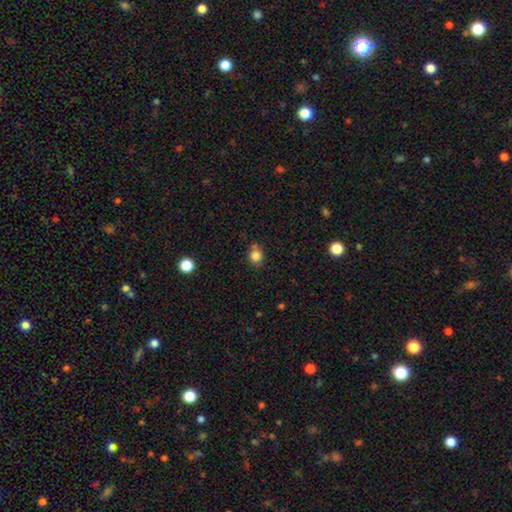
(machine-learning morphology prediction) Smooth or featured? smooth (82%)
How rounded? round (81%)
Merging? none (66%)